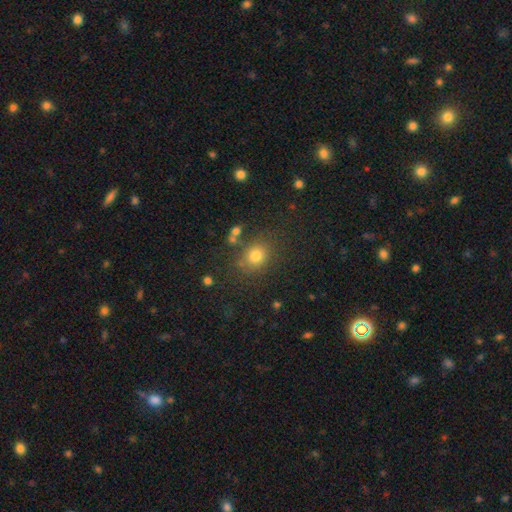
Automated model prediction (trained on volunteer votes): Q: Smooth or featured?
A: smooth (76%); runner-up: star or artifact (15%)
Q: How rounded?
A: round (65%); runner-up: in between (34%)
Q: Merging?
A: none (75%); runner-up: minor disturbance (14%)